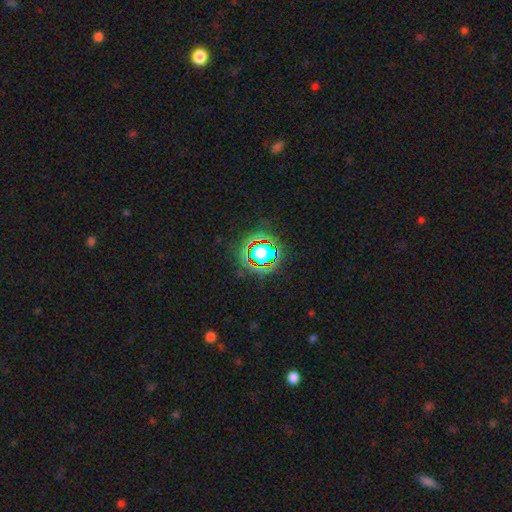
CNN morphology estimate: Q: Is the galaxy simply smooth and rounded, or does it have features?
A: star or artifact — 77%.